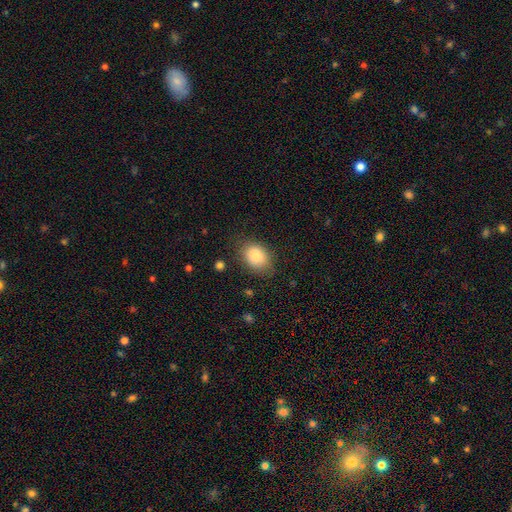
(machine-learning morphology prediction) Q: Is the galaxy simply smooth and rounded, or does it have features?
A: smooth — 86%.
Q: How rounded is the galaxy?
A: in between — 69%.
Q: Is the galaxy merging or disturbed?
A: none — 77%.